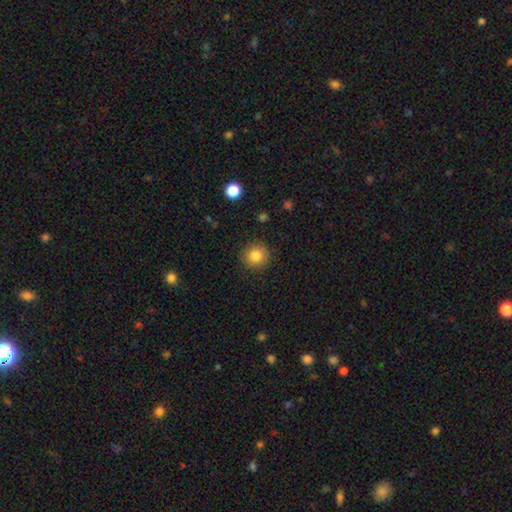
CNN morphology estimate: A smooth galaxy with no disk features (83%) that is round (93%). Merging: none (90%).